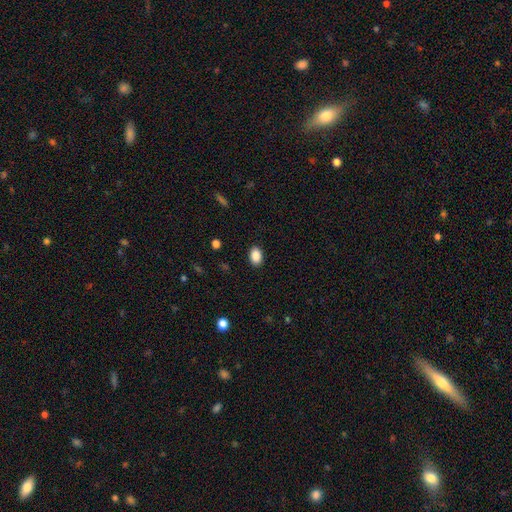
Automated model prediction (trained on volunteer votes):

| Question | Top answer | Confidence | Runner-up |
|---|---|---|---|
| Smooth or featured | smooth | 89% | star or artifact (8%) |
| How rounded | in between | 85% | round (14%) |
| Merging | none | 89% | minor disturbance (8%) |